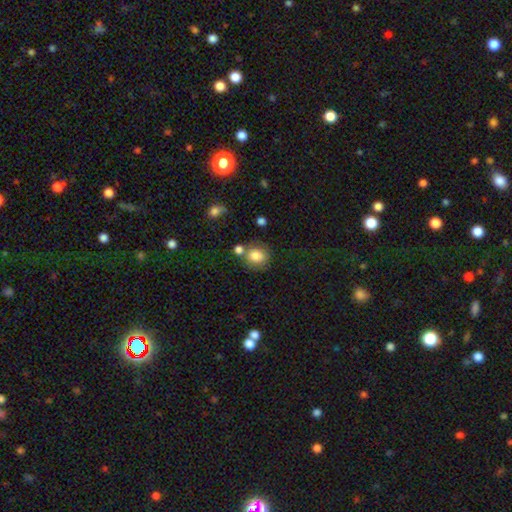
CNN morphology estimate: smooth 82%, star or artifact 10%, featured or disk 8%. Down the decision tree: how rounded — round (73%); merging — none (63%).